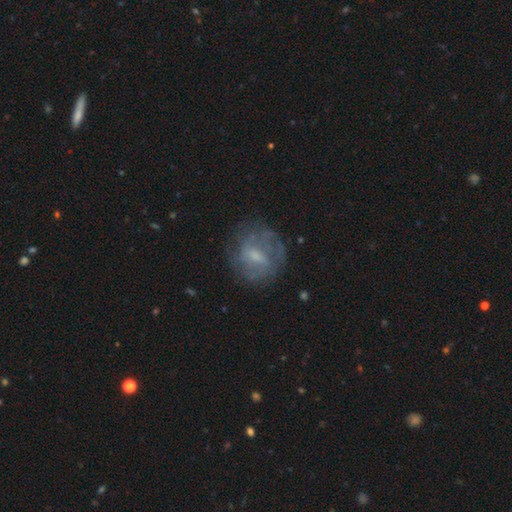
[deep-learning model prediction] Overall: featured or disk (53%; smooth 37%). Edge-on disk: no (96%). Bar: weak (51%; no 37%). Spiral arms: yes (56%; no 44%). Bulge size: small (41%; moderate 39%). Merging: none (67%).